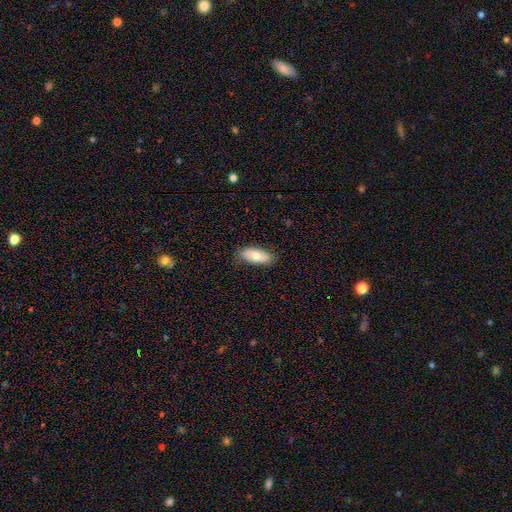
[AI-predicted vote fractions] smooth-or-featured: smooth: 67% | featured or disk: 27% | star or artifact: 6%
  how-rounded: in between: 85% | cigar-shaped: 13% | round: 3%
  merging: none: 83% | minor disturbance: 14% | major disturbance: 3% | merger: 1%